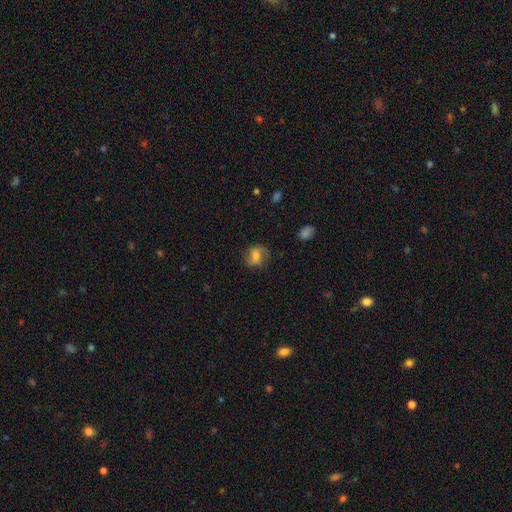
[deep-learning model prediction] This is possibly a smooth galaxy (49%). Merging: likely none (74%).